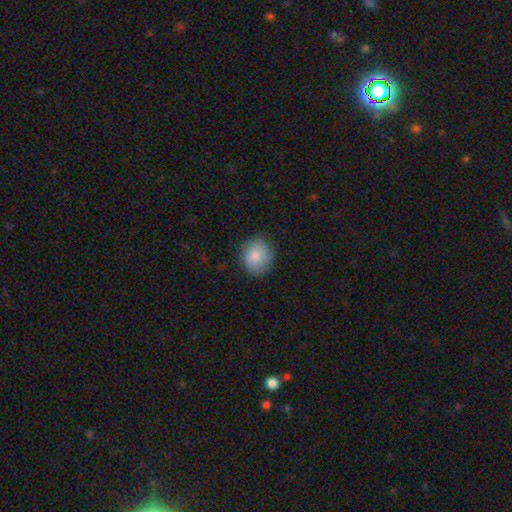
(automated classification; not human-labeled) A smooth galaxy with no disk features (83%) that is round (76%).

Vote fractions:
- Smooth or featured? smooth: 83% / featured or disk: 10% / star or artifact: 7%
- How rounded? round: 76% / in between: 23% / cigar-shaped: 1%
- Merging? none: 81% / minor disturbance: 15% / major disturbance: 4% / merger: 1%